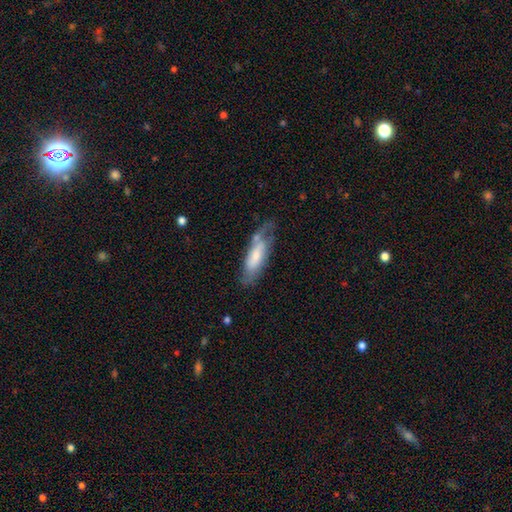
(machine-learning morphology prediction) The model was most divided on "smooth or featured": smooth: 50%, featured or disk: 43%, star or artifact: 7%. Remaining: how rounded — in between (58%); merging — none (48%).